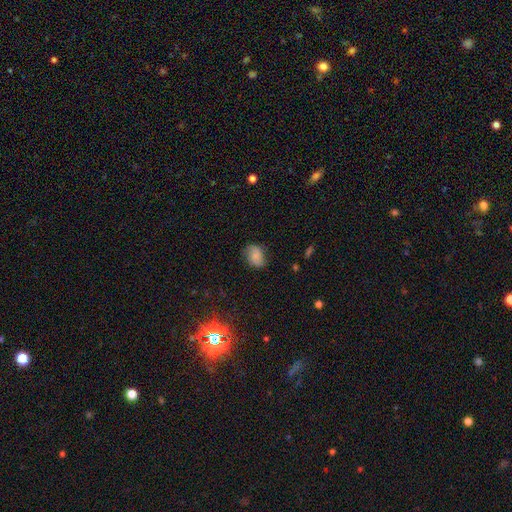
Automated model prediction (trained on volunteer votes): Smooth or featured? smooth (67%)
How rounded? in between (70%)
Merging? none (65%)